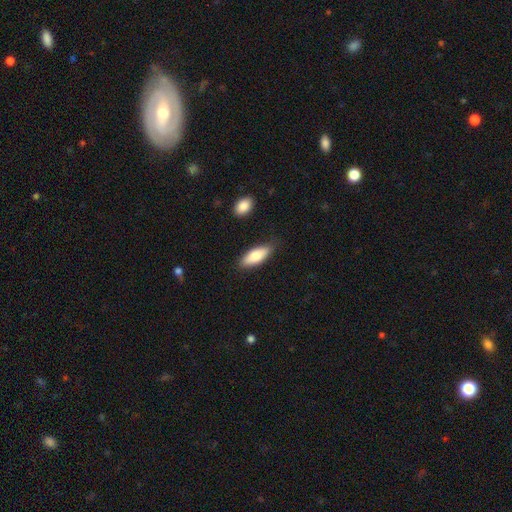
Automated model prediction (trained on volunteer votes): This is likely a smooth galaxy (78%). How rounded: likely in between (71%). Merging: clearly none (81%).